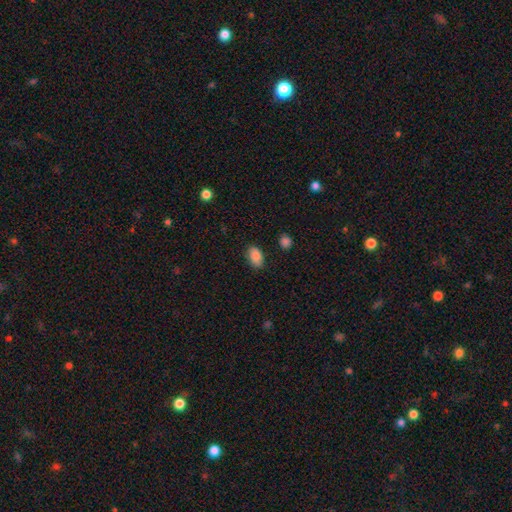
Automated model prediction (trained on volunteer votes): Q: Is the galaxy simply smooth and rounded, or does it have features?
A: smooth — 86%.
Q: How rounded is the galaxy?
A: in between — 91%.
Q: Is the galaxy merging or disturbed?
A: none — 84%.